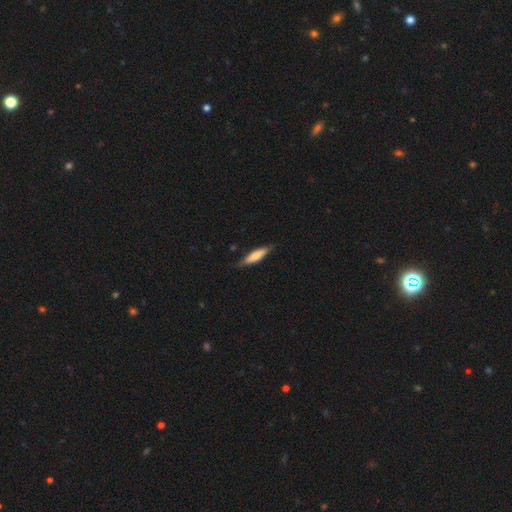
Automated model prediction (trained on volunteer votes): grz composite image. It shows a smooth galaxy with no disk features (70%) that is cigar-shaped (76%). Merging: none (77%).